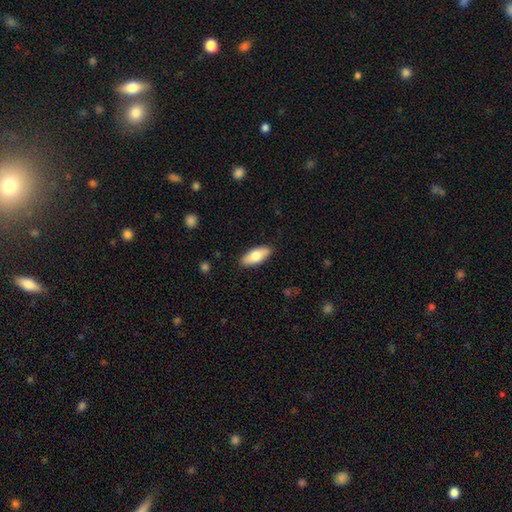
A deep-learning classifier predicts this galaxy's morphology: A smooth galaxy with no disk features (75%) that is in between round and cigar-shaped (81%).

Vote fractions:
- Smooth or featured? smooth: 75% / featured or disk: 19% / star or artifact: 6%
- How rounded? in between: 81% / cigar-shaped: 17% / round: 2%
- Merging? none: 88% / minor disturbance: 9% / major disturbance: 2% / merger: 1%